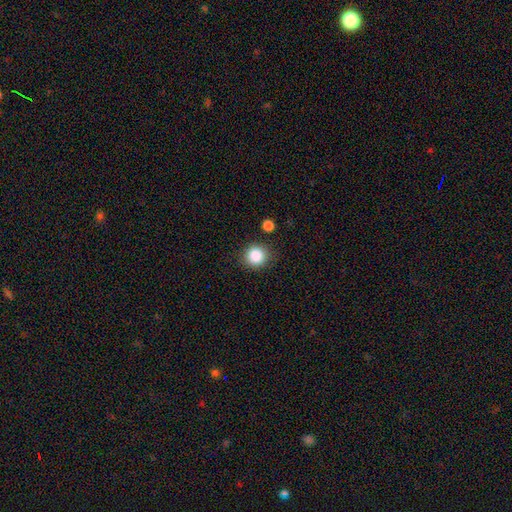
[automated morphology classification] The model was most divided on "merging": none: 85%, minor disturbance: 9%, merger: 3%, major disturbance: 3%. More confident: how rounded — round (89%); smooth or featured — smooth (86%).